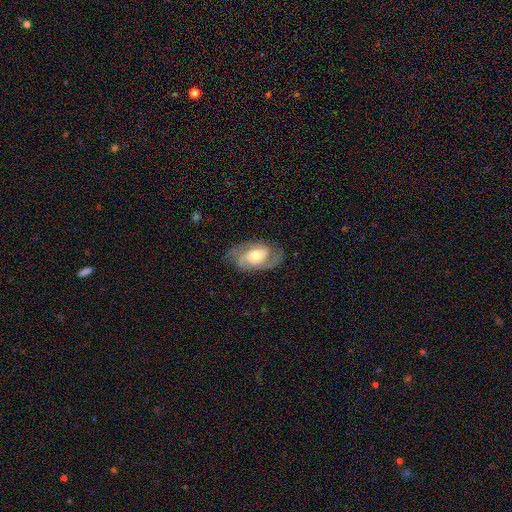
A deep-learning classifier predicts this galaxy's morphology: Smooth or featured?
  - featured or disk: 79% *
  - smooth: 15%
  - star or artifact: 6%
Edge-on disk?
  - no: 95% *
  - yes: 5%
Bar?
  - no: 62% *
  - weak: 29%
  - strong: 8%
Spiral arms?
  - yes: 91% *
  - no: 9%
Spiral winding?
  - medium: 45% *
  - tight: 41%
  - loose: 14%
Spiral arm count?
  - 2: 75% *
  - can't tell: 11%
  - 3: 6%
  - 1: 4%
  - 4: 2%
  - more than 4: 2%
Bulge size?
  - moderate: 62% *
  - small: 26%
  - large: 10%
  - dominant: 1%
  - none: 1%
Merging?
  - none: 73% *
  - minor disturbance: 17%
  - major disturbance: 8%
  - merger: 1%